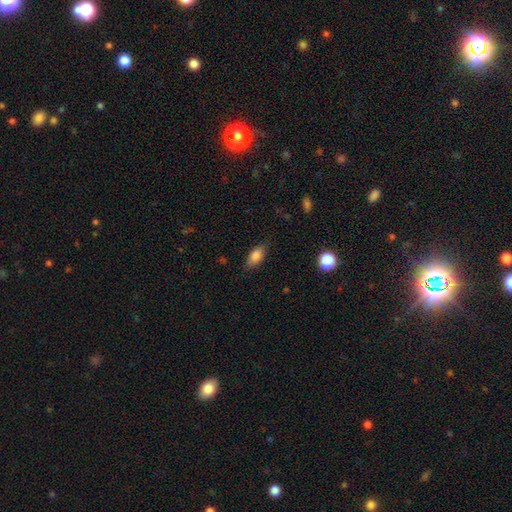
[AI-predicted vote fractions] This is clearly a smooth galaxy (81%). How rounded: clearly in between (85%). Merging: likely none (80%).